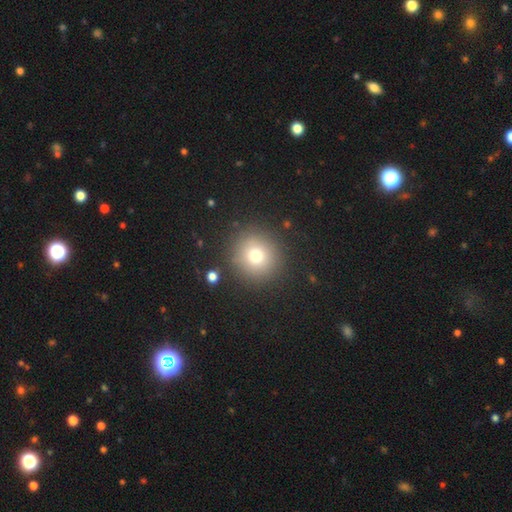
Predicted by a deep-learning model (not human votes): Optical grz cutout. It shows a smooth galaxy with no disk features (74%) that is round (94%). Merging: none (88%).